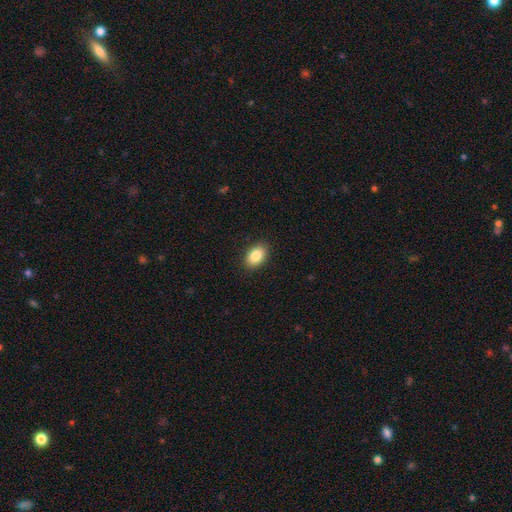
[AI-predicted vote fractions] The model was most divided on "how rounded": in between: 88%, round: 11%, cigar-shaped: 1%. More confident: merging — none (89%); smooth or featured — smooth (86%).